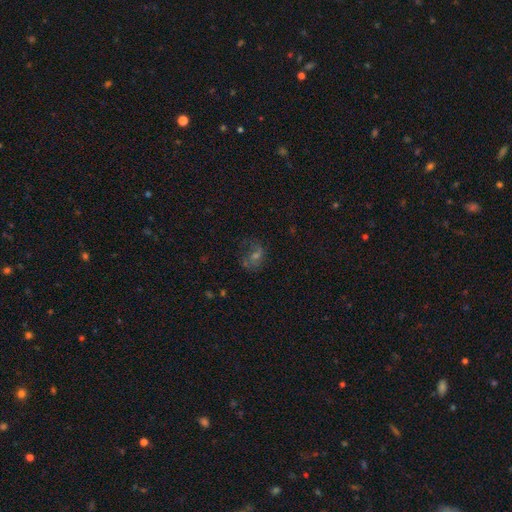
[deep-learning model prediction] A featured or disk galaxy (41%). Merging: none (55%).